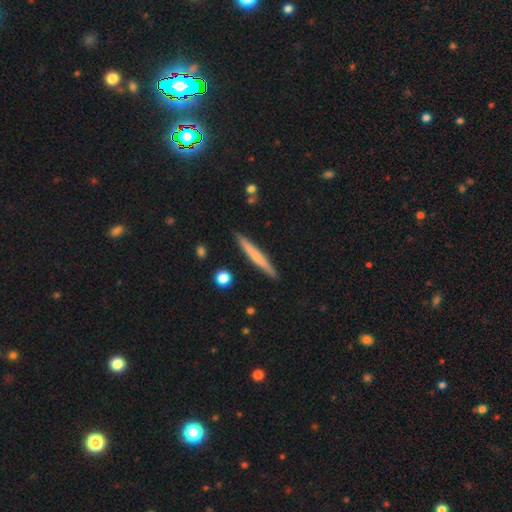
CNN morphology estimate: type=smooth (60%); roundness=cigar-shaped (96%); merging=none (91%).